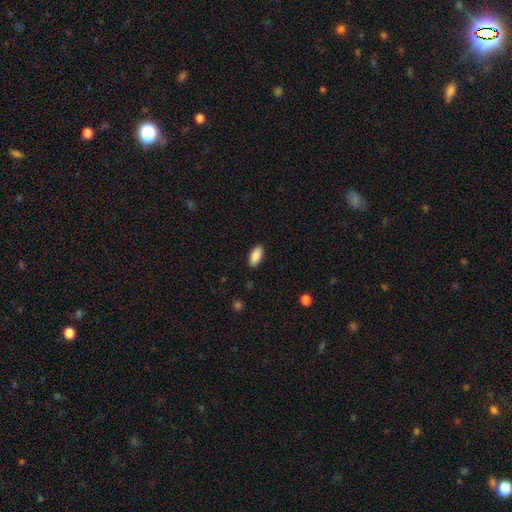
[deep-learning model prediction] Smooth or featured? smooth (89%)
How rounded? in between (91%)
Merging? none (89%)